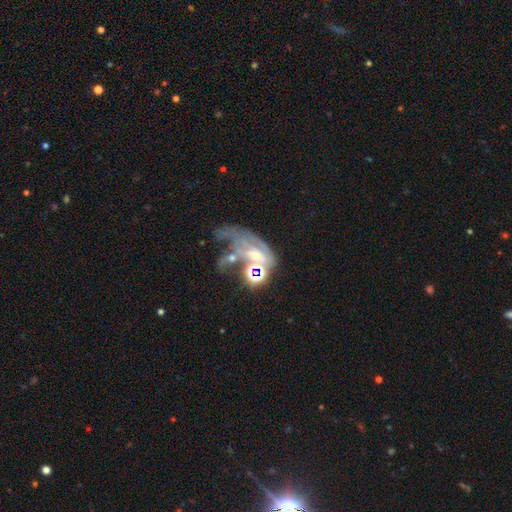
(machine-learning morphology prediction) Overall: featured or disk (61%; star or artifact 22%). Edge-on disk: no (95%). Bar: no (59%; weak 27%). Spiral arms: yes (64%; no 36%). Bulge size: small (51%; moderate 35%). Merging: major disturbance (37%; merger 32%).